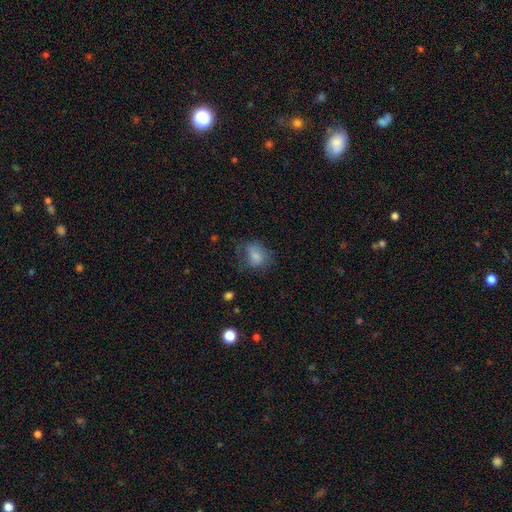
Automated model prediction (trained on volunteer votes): Q: Smooth or featured?
A: smooth (73%); runner-up: featured or disk (16%)
Q: How rounded?
A: in between (59%); runner-up: round (40%)
Q: Merging?
A: none (47%); runner-up: minor disturbance (28%)